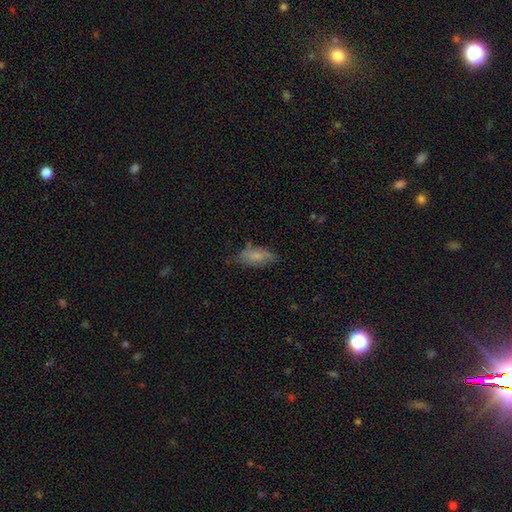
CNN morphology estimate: The model was most divided on "merging": none: 54%, minor disturbance: 32%, major disturbance: 11%, merger: 3%. More confident: how rounded — in between (87%); smooth or featured — smooth (64%).